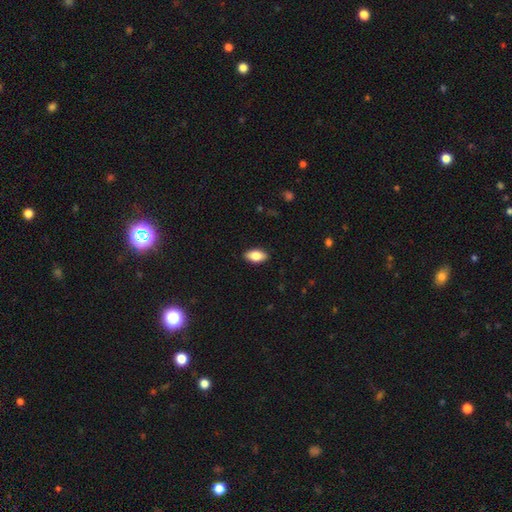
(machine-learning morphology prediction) Smooth or featured? Predicted: smooth (p=0.82). How rounded? Predicted: in between (p=0.92). Merging? Predicted: none (p=0.90).